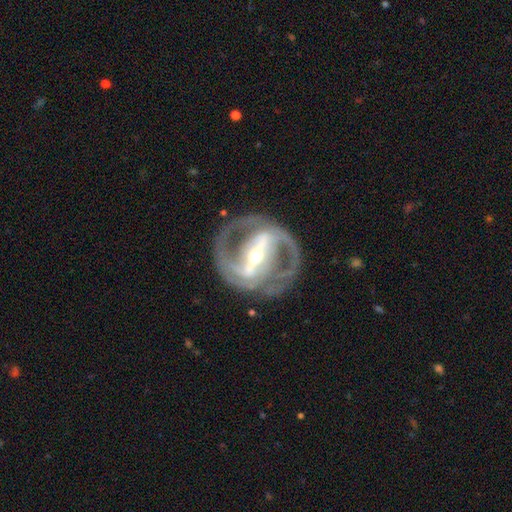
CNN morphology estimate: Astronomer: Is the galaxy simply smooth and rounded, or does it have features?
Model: featured or disk — 90%.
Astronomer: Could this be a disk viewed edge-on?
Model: no — 94%.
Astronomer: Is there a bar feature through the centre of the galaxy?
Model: strong — 81%.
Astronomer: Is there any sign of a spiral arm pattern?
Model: yes — 90%.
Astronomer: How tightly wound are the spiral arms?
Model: medium — 46% (runner-up: tight, 40%).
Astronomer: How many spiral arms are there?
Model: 2 — 83%.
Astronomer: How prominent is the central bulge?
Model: small — 51% (runner-up: moderate, 44%).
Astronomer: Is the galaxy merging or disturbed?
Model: none — 77%.